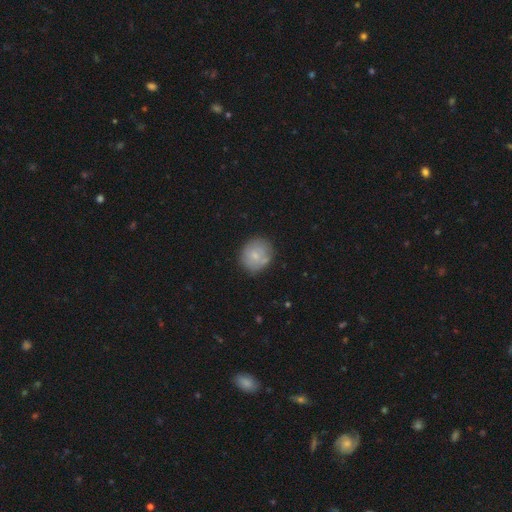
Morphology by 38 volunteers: smooth_or_featured: smooth (p=0.71) [alt: featured or disk p=0.24]
how_rounded: round (p=0.63) [alt: in between p=0.37]
merging: none (p=0.69) [alt: minor disturbance p=0.22]